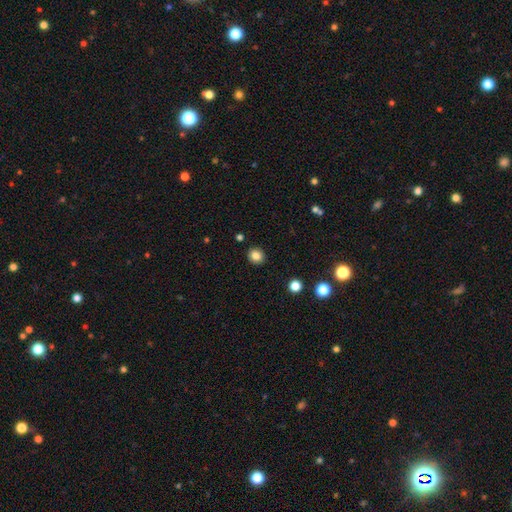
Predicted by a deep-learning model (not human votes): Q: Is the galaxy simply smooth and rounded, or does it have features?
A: smooth — 84%.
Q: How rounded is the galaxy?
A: round — 84%.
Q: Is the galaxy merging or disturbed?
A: none — 91%.